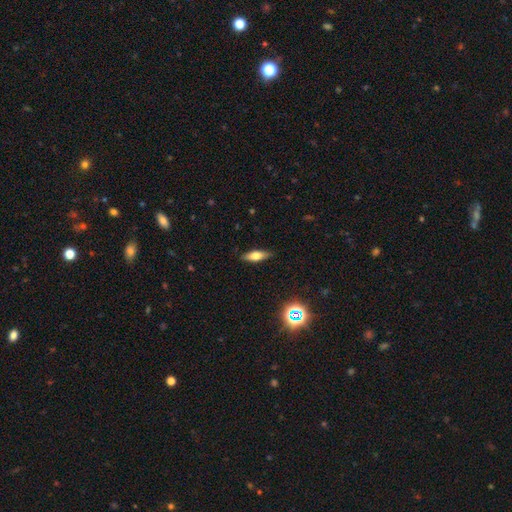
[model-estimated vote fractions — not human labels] A smooth galaxy with no disk features (59%) that is in between round and cigar-shaped (53%).

Vote fractions:
- Smooth or featured? smooth: 59% / featured or disk: 31% / star or artifact: 10%
- How rounded? in between: 53% / cigar-shaped: 43% / round: 3%
- Merging? none: 87% / minor disturbance: 10% / major disturbance: 2% / merger: 1%